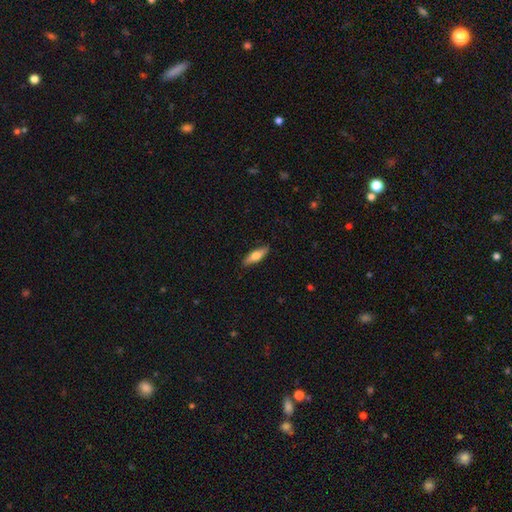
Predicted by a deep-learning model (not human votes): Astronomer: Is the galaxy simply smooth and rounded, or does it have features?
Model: smooth — 65%.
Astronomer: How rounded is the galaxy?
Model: cigar-shaped — 53% (runner-up: in between, 45%).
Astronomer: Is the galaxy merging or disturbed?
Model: none — 88%.